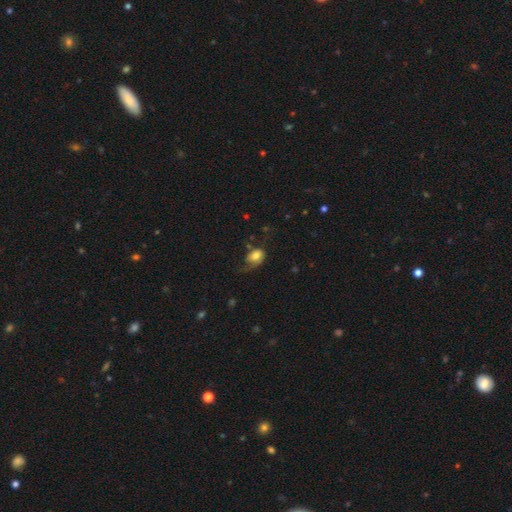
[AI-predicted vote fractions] Smooth or featured? smooth (64%)
How rounded? in between (71%)
Merging? major disturbance (38%)